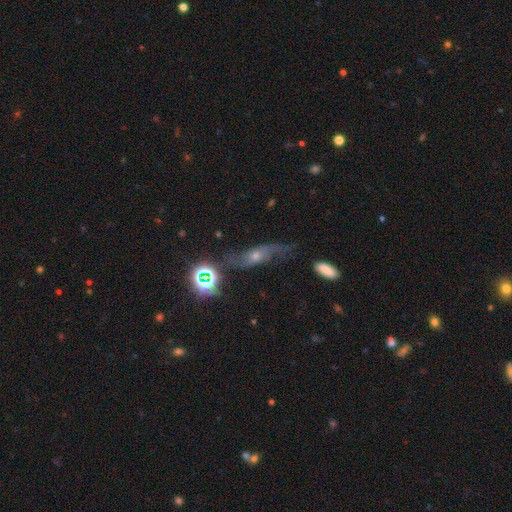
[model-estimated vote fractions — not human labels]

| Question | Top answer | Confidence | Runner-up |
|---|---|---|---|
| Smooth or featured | featured or disk | 58% | star or artifact (24%) |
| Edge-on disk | no | 72% | yes (28%) |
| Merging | none | 57% | minor disturbance (22%) |